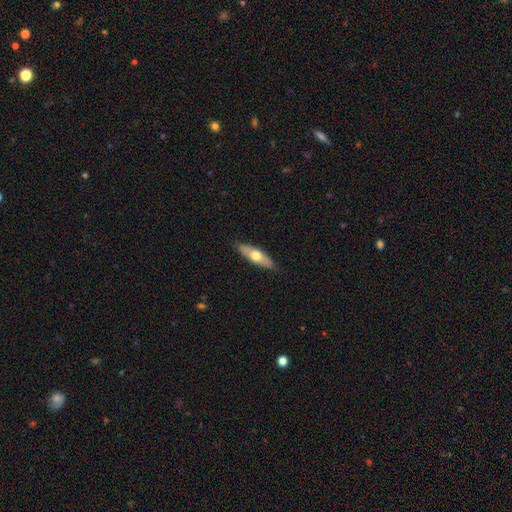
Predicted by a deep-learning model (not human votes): Smooth or featured: smooth — 54% (featured or disk — 41%)
How rounded: cigar-shaped — 52% (in between — 45%)
Merging: none — 87% (minor disturbance — 10%)